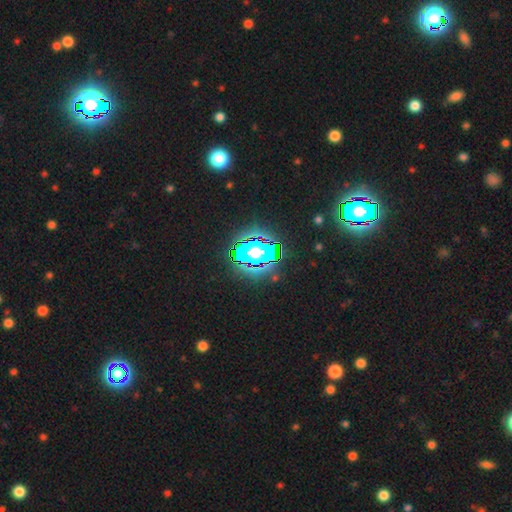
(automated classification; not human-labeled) This appears to be a star or artifact, not a galaxy (58%).